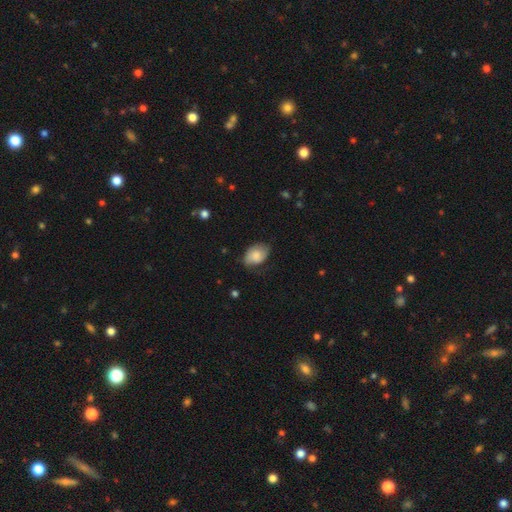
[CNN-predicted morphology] smooth-or-featured: smooth: 76% | featured or disk: 17% | star or artifact: 7%
  how-rounded: in between: 83% | round: 16% | cigar-shaped: 1%
  merging: none: 64% | minor disturbance: 28% | major disturbance: 7% | merger: 1%